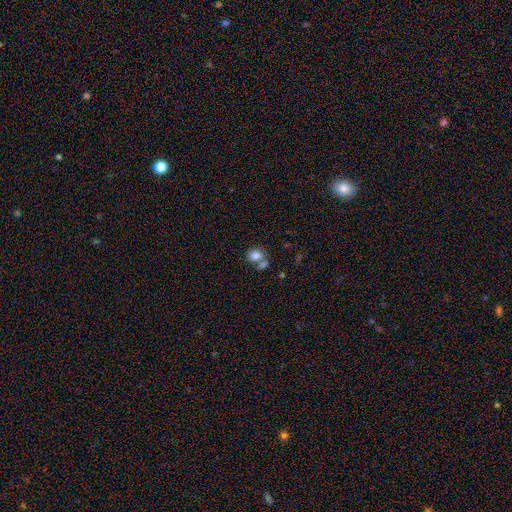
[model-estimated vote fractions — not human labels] Overall: smooth (81%). How rounded: in between (50%; round 49%). Merging: none (45%; merger 39%).